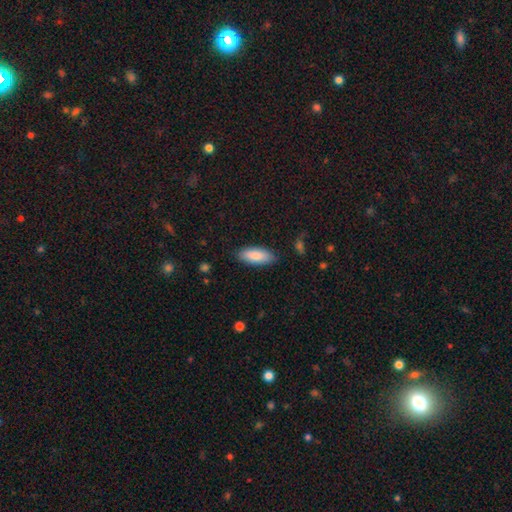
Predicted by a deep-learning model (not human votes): A smooth galaxy with no disk features (86%) that is in between round and cigar-shaped (80%). Merging: none (84%).